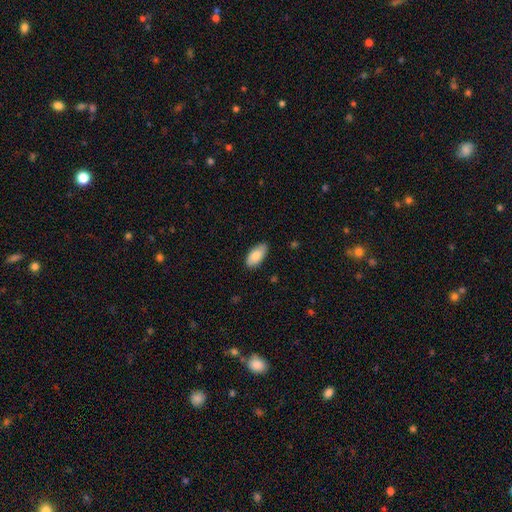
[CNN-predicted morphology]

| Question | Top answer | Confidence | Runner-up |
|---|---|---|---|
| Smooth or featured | smooth | 85% | featured or disk (9%) |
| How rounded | in between | 93% | cigar-shaped (4%) |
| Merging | none | 85% | minor disturbance (12%) |